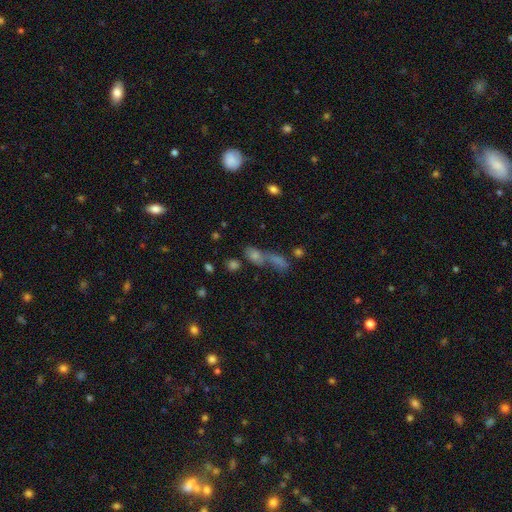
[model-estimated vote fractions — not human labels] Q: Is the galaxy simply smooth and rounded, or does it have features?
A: smooth — 47%.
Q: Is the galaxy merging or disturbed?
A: merger — 46%.